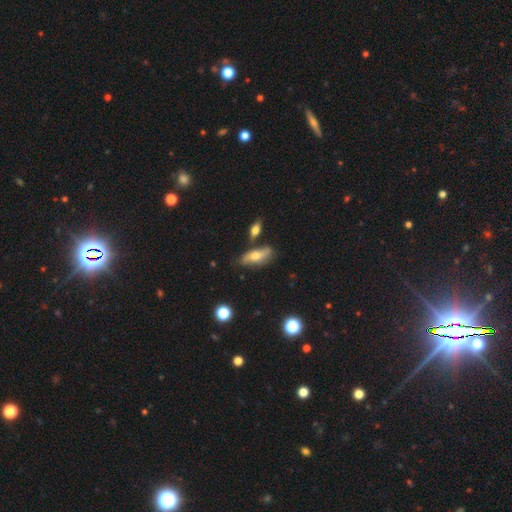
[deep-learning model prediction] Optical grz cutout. It shows a smooth galaxy with no disk features (48%). Merging: none (66%).